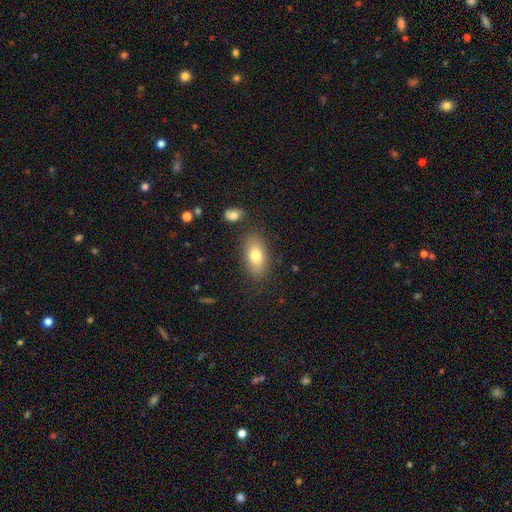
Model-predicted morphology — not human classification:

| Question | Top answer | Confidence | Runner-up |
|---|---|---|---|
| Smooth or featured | smooth | 77% | featured or disk (15%) |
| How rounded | in between | 89% | round (7%) |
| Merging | none | 82% | minor disturbance (12%) |